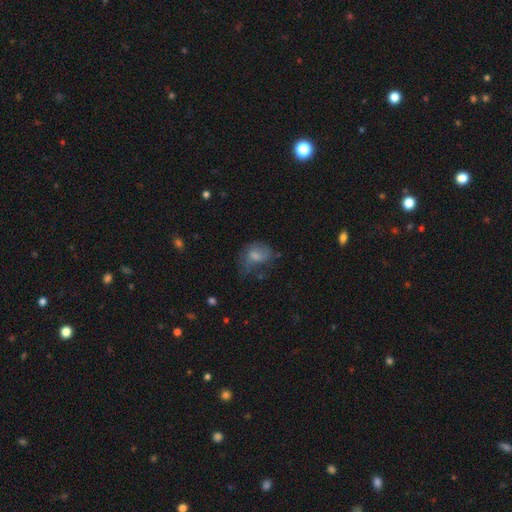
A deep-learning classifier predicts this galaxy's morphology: smooth-or-featured: smooth: 63% | featured or disk: 26% | star or artifact: 10%
  how-rounded: in between: 69% | round: 30% | cigar-shaped: 1%
  merging: none: 33% | major disturbance: 32% | minor disturbance: 31% | merger: 4%